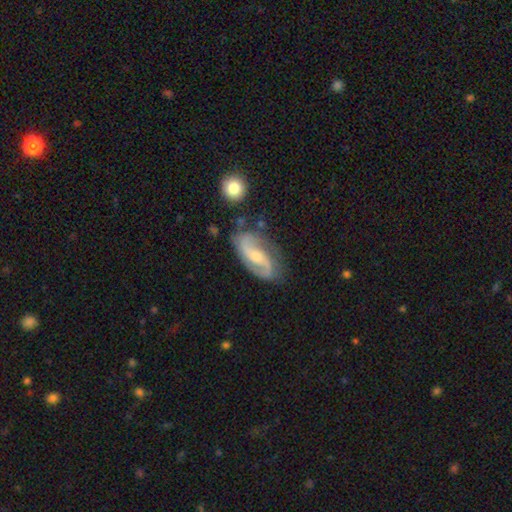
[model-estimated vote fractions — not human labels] Overall: featured or disk (85%). Edge-on disk: no (96%). Bar: no (41%; weak 40%). Spiral arms: yes (96%). Spiral arm count: 2 (90%). Spiral winding: medium (48%; loose 33%). Bulge size: small (53%; moderate 42%). Merging: none (73%).